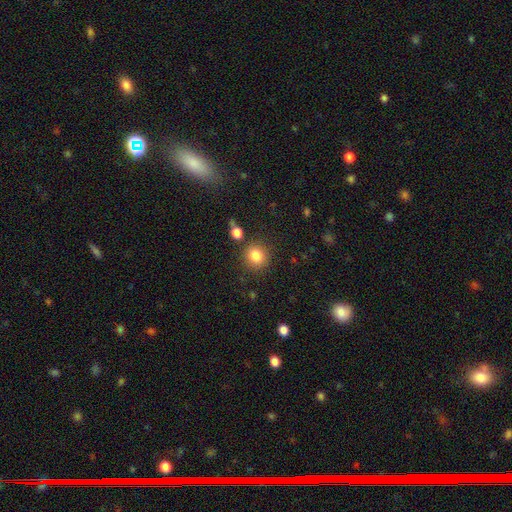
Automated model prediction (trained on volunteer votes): smooth_or_featured: smooth (p=0.84) [alt: star or artifact p=0.11]
how_rounded: round (p=0.86) [alt: in between p=0.13]
merging: none (p=0.83) [alt: minor disturbance p=0.09]